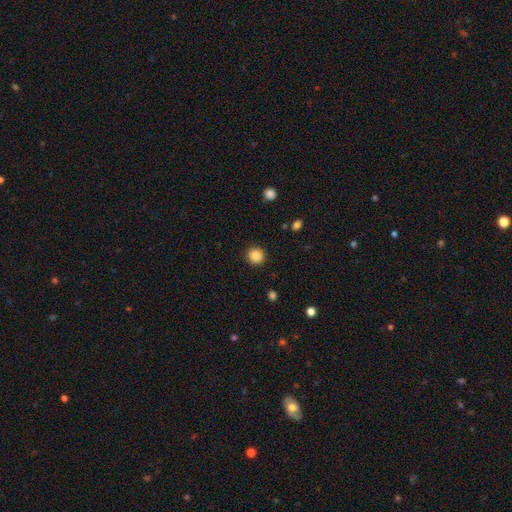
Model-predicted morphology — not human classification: smooth 86%, star or artifact 10%, featured or disk 3%. Down the decision tree: how rounded — round (94%); merging — none (91%).